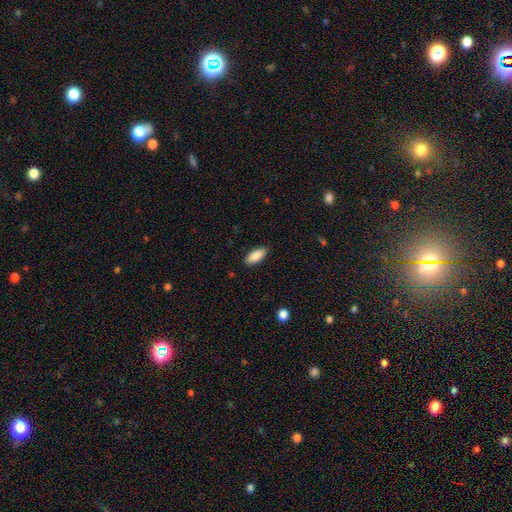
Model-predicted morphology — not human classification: This is clearly a smooth galaxy (88%). How rounded: clearly in between (82%). Merging: clearly none (86%).